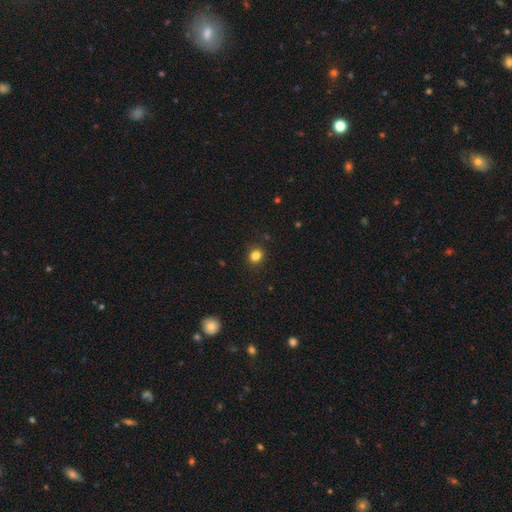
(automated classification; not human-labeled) Smooth or featured: smooth — 83% (star or artifact — 13%)
How rounded: round — 84% (in between — 15%)
Merging: none — 91% (minor disturbance — 6%)